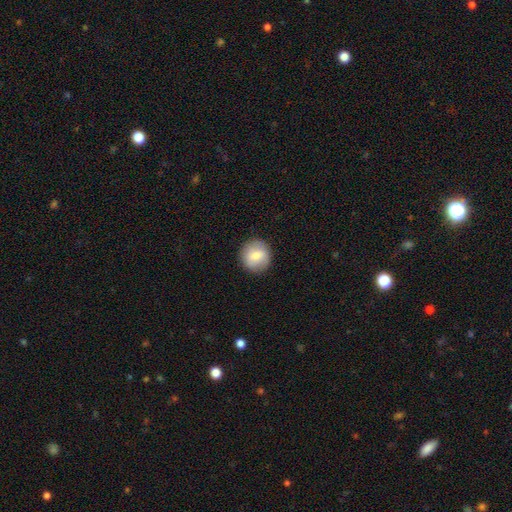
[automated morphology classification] smooth_or_featured: smooth (p=0.75) [alt: featured or disk p=0.17]
how_rounded: round (p=0.91) [alt: in between p=0.08]
merging: none (p=0.89) [alt: minor disturbance p=0.07]